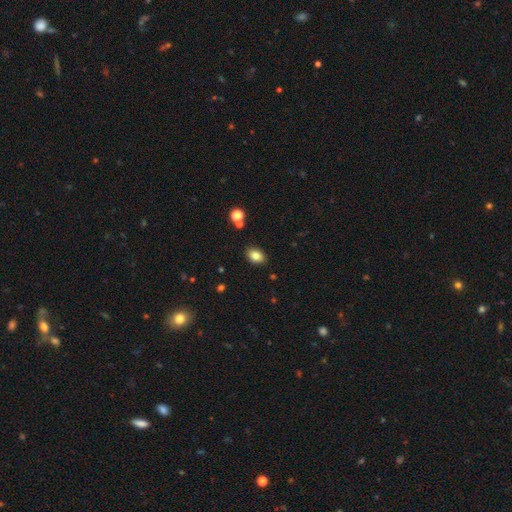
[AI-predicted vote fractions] Smooth or featured: smooth — 83% (star or artifact — 10%)
How rounded: in between — 80% (round — 18%)
Merging: none — 86% (minor disturbance — 9%)